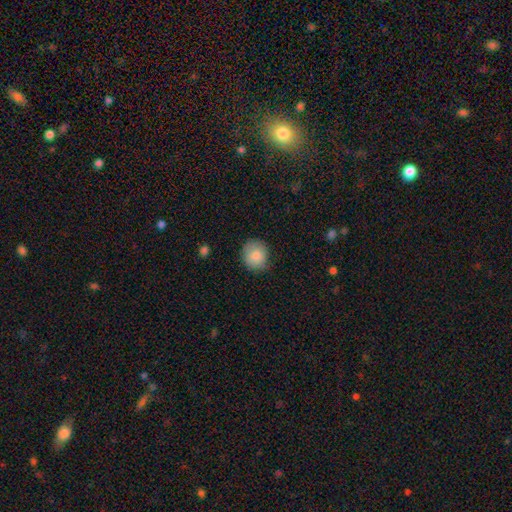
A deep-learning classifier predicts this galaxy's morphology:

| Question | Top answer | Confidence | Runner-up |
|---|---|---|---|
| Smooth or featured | smooth | 86% | star or artifact (8%) |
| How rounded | round | 83% | in between (16%) |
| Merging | none | 78% | minor disturbance (18%) |